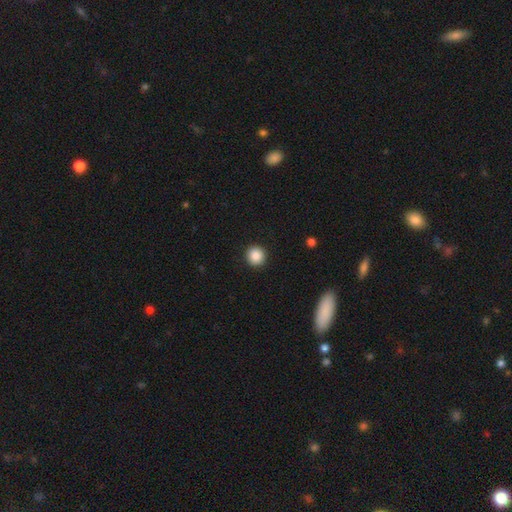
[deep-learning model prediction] Morphology: type=smooth (88%); roundness=round (95%); merging=none (92%).